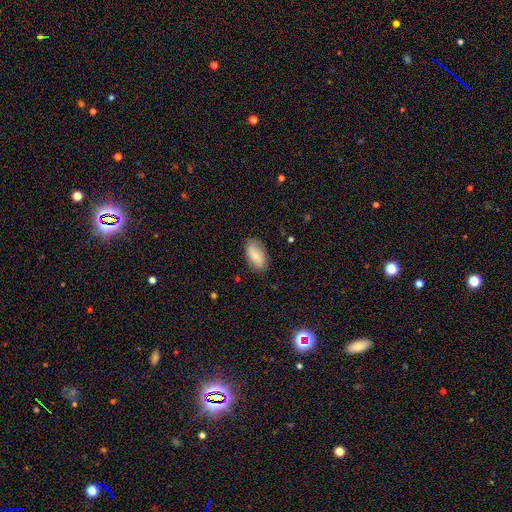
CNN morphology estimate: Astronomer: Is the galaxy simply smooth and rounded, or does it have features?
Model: smooth — 72%.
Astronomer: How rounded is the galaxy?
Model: in between — 94%.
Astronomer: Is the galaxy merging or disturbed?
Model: none — 81%.